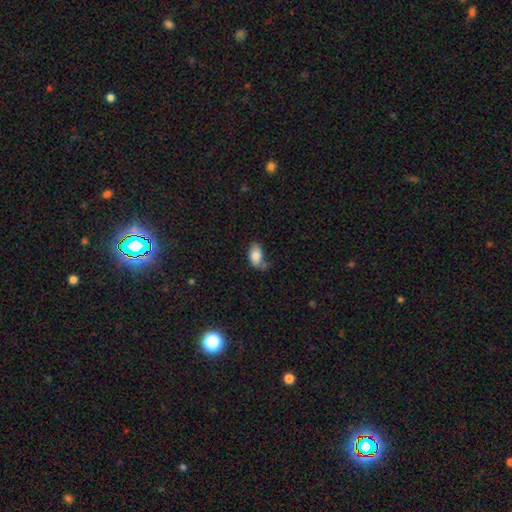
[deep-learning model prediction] A smooth galaxy with no disk features (82%) that is in between round and cigar-shaped (92%). Merging: none (45%).